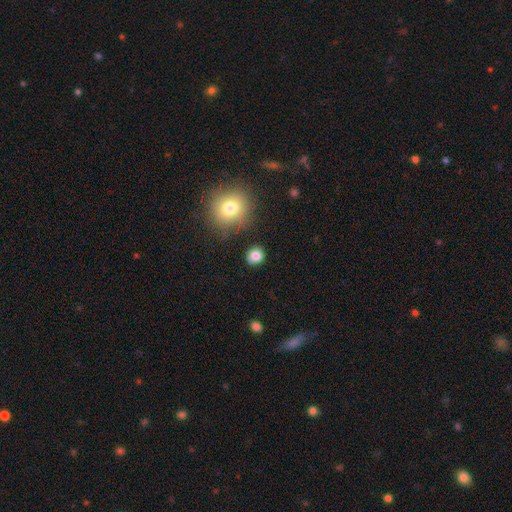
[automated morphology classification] Smooth or featured? Predicted: smooth (p=0.82). How rounded? Predicted: round (p=0.82). Merging? Predicted: none (p=0.86).